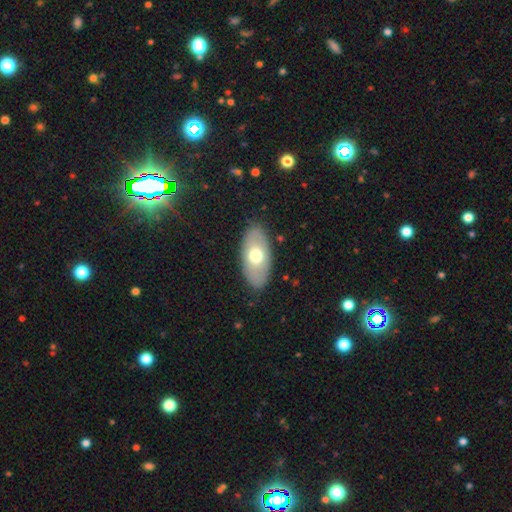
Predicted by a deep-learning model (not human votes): Smooth or featured?
  - smooth: 64% *
  - featured or disk: 30%
  - star or artifact: 6%
How rounded?
  - in between: 92% *
  - round: 4%
  - cigar-shaped: 4%
Merging?
  - none: 85% *
  - minor disturbance: 11%
  - major disturbance: 3%
  - merger: 1%